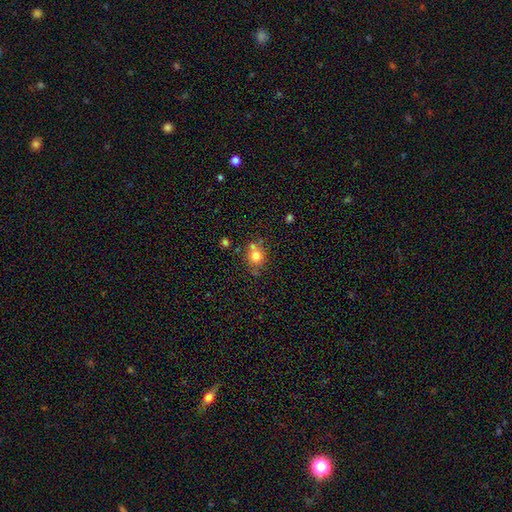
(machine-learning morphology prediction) smooth 75%, star or artifact 13%, featured or disk 12%. Down the decision tree: how rounded — round (79%); merging — none (58%).